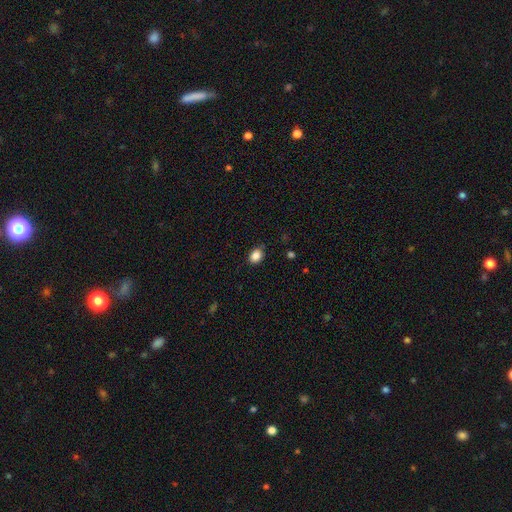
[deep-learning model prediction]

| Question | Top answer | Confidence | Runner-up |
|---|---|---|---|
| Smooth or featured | smooth | 86% | star or artifact (9%) |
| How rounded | in between | 61% | round (38%) |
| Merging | none | 81% | minor disturbance (15%) |